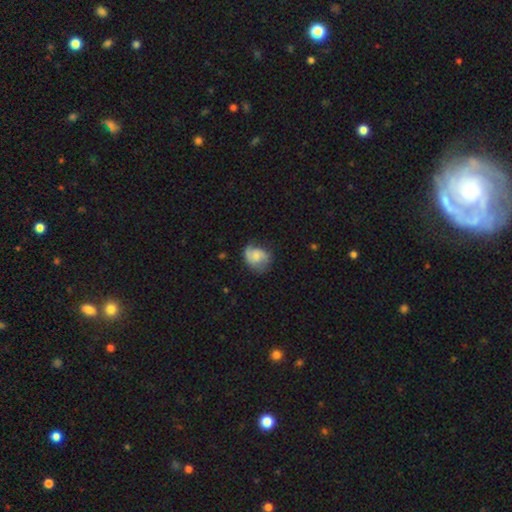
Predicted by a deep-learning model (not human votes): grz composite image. It shows a featured or disk galaxy (48%). Merging: none (58%).